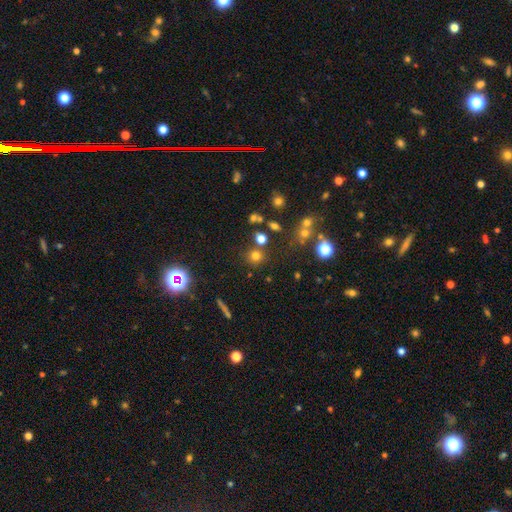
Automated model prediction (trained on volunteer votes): Overall: smooth (70%). How rounded: round (90%). Merging: none (77%).